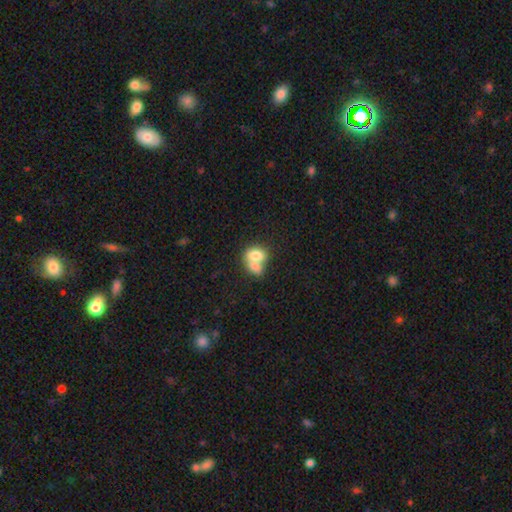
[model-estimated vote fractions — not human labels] A smooth galaxy with no disk features (73%) that is in between round and cigar-shaped (68%). Merging: merger (71%).